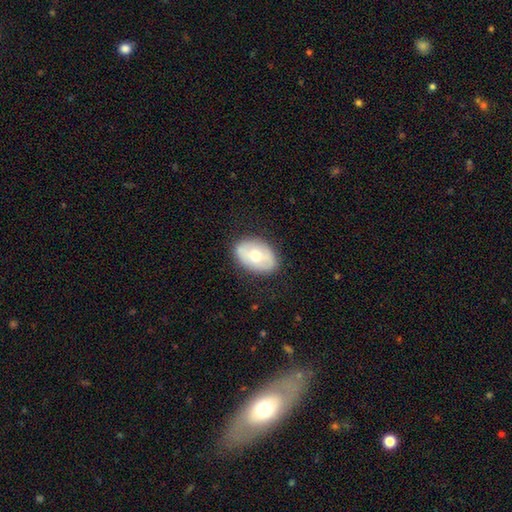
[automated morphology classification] Q: Smooth or featured?
A: smooth (57%); runner-up: featured or disk (36%)
Q: How rounded?
A: in between (85%); runner-up: round (14%)
Q: Merging?
A: none (84%); runner-up: minor disturbance (11%)